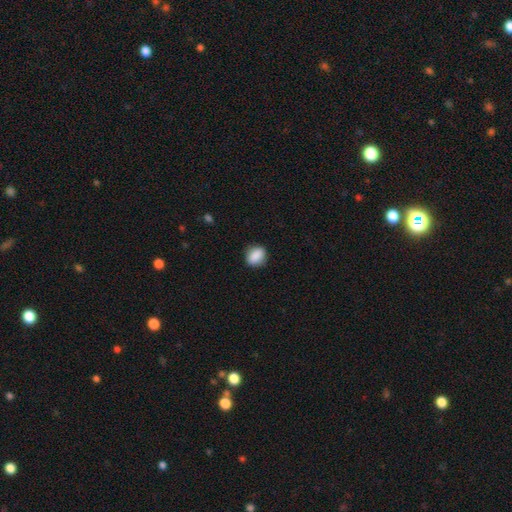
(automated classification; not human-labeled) Smooth or featured: smooth — 88% (star or artifact — 8%)
How rounded: in between — 51% (round — 47%)
Merging: none — 84% (minor disturbance — 12%)